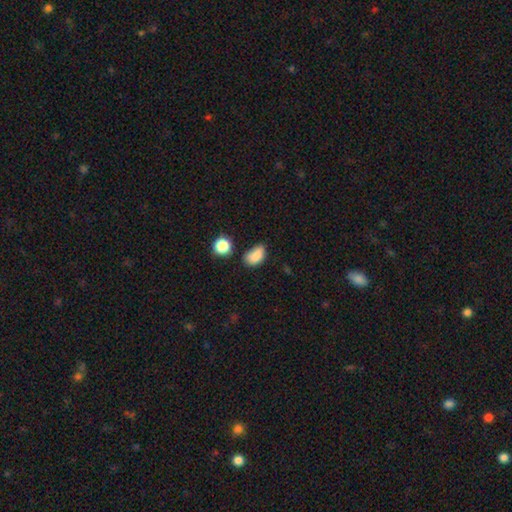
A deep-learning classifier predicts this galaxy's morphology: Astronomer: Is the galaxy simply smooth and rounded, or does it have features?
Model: smooth — 84%.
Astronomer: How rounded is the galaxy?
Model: in between — 85%.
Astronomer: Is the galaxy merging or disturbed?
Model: none — 56%.